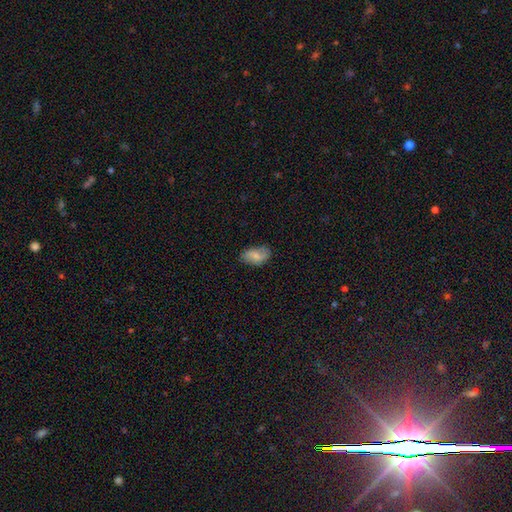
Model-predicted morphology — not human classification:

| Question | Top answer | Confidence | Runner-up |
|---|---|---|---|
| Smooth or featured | smooth | 69% | featured or disk (23%) |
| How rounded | in between | 92% | round (6%) |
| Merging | none | 69% | minor disturbance (24%) |